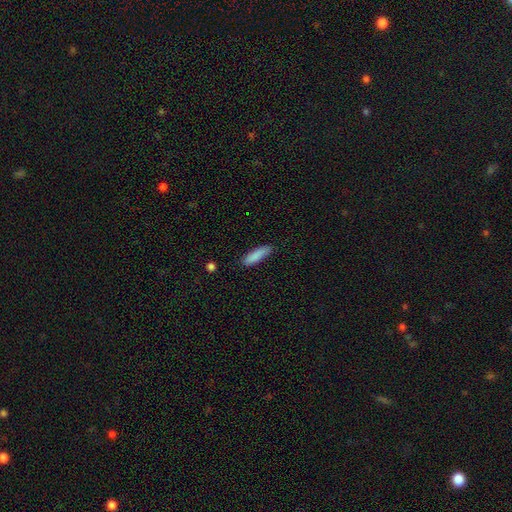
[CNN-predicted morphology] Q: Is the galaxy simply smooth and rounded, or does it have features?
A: smooth — 87%.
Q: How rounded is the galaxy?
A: cigar-shaped — 67%.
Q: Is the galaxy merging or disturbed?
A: none — 84%.